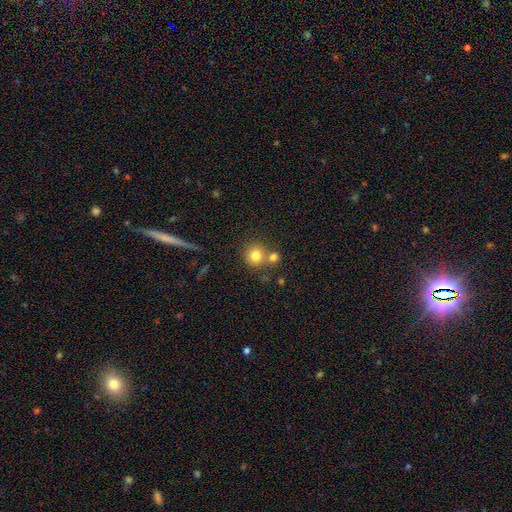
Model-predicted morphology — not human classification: smooth_or_featured: smooth (p=0.79) [alt: star or artifact p=0.12]
how_rounded: round (p=0.89) [alt: in between p=0.10]
merging: none (p=0.61) [alt: merger p=0.27]